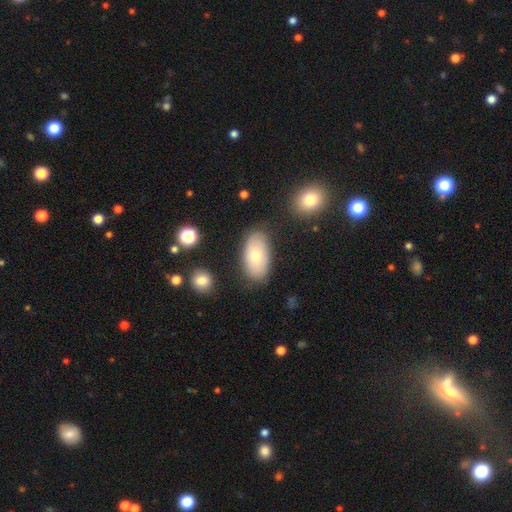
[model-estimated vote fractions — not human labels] Smooth or featured?
  - smooth: 68% *
  - featured or disk: 25%
  - star or artifact: 8%
How rounded?
  - in between: 93% *
  - round: 5%
  - cigar-shaped: 2%
Merging?
  - none: 80% *
  - minor disturbance: 14%
  - major disturbance: 4%
  - merger: 3%